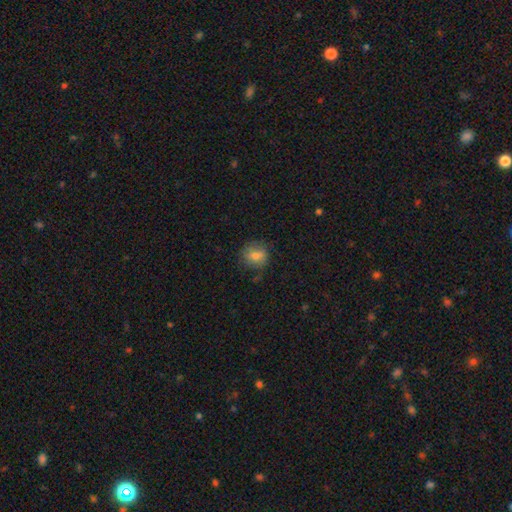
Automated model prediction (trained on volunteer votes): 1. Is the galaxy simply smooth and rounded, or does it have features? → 74% smooth, 17% featured or disk, 10% star or artifact.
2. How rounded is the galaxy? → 75% round, 24% in between, 1% cigar-shaped.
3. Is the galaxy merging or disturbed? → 75% none, 18% minor disturbance, 6% major disturbance, 2% merger.